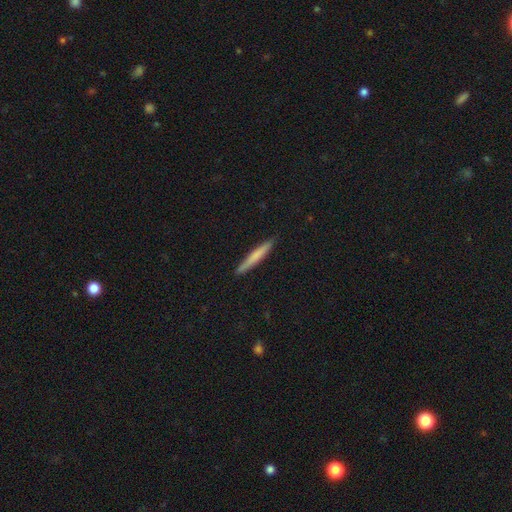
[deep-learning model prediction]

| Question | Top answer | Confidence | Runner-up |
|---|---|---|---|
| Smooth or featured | smooth | 67% | featured or disk (28%) |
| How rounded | cigar-shaped | 96% | in between (3%) |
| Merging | none | 90% | minor disturbance (8%) |